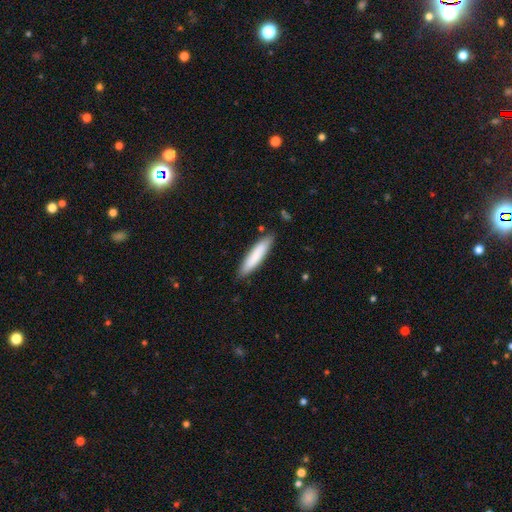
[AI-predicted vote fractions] A smooth galaxy with no disk features (82%) that is cigar-shaped (83%). Merging: none (86%).